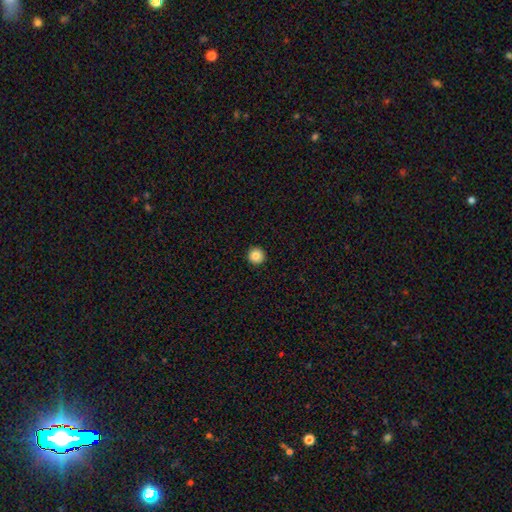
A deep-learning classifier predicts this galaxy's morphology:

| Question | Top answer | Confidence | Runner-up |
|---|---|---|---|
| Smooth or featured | smooth | 84% | star or artifact (10%) |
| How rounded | round | 97% | in between (2%) |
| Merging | none | 94% | minor disturbance (4%) |